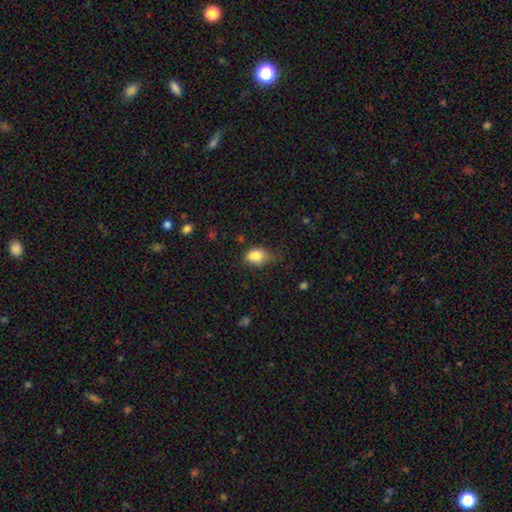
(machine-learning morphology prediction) A smooth galaxy with no disk features (83%) that is in between round and cigar-shaped (65%).

Vote fractions:
- Smooth or featured? smooth: 83% / star or artifact: 9% / featured or disk: 8%
- How rounded? in between: 65% / round: 34% / cigar-shaped: 1%
- Merging? none: 41% (tied) / minor disturbance: 41% (tied) / major disturbance: 15% / merger: 3%